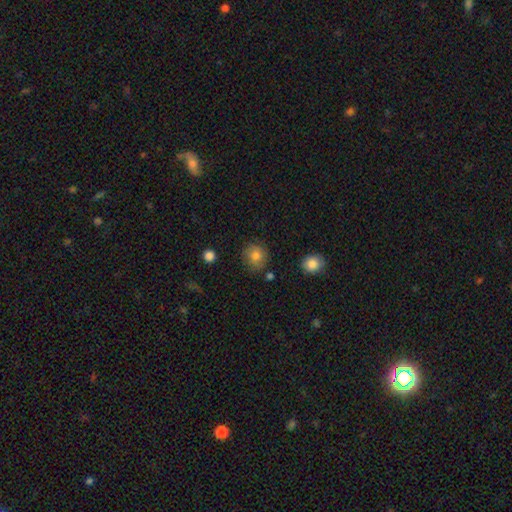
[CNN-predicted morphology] A smooth galaxy with no disk features (80%) that is round (87%).

Vote fractions:
- Smooth or featured? smooth: 80% / featured or disk: 11% / star or artifact: 10%
- How rounded? round: 87% / in between: 12% / cigar-shaped: 1%
- Merging? none: 80% / minor disturbance: 14% / major disturbance: 4% / merger: 2%